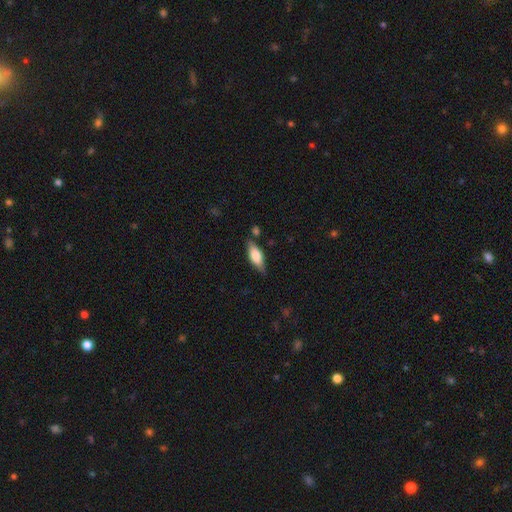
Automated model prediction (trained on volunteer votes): Morphology: type=smooth (61%); roundness=in between (66%); merging=none (75%).